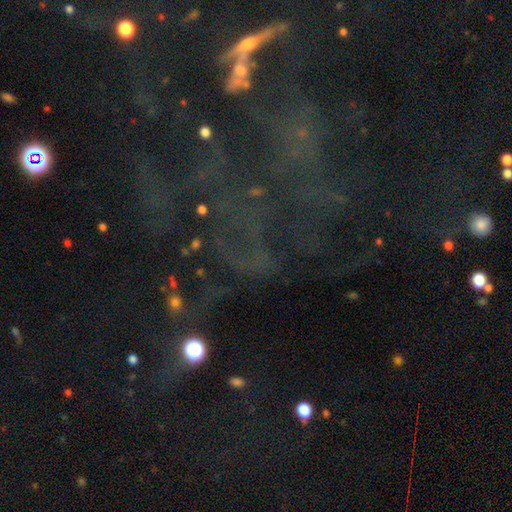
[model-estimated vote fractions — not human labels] Morphology: type=star or artifact (65%).